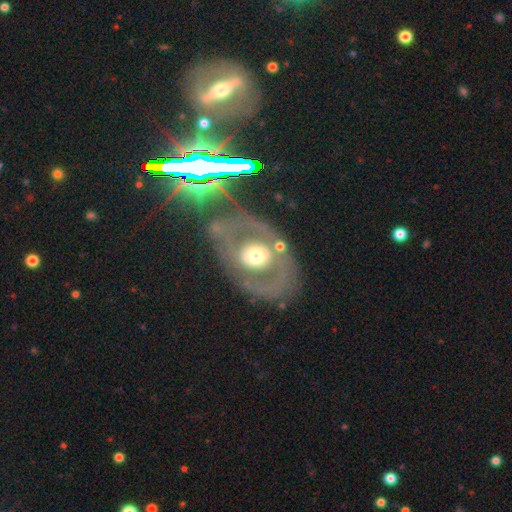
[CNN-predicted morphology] smooth-or-featured: featured or disk: 67% | smooth: 25% | star or artifact: 8%
  disk-edge-on: no: 94% | yes: 6%
    bar: no: 67% | weak: 20% | strong: 13%
    has-spiral-arms: no: 66% | yes: 34%
    bulge-size: moderate: 63% | large: 21% | small: 11% | dominant: 3% | none: 1%
  merging: none: 58% | major disturbance: 15% | minor disturbance: 15% | merger: 12%